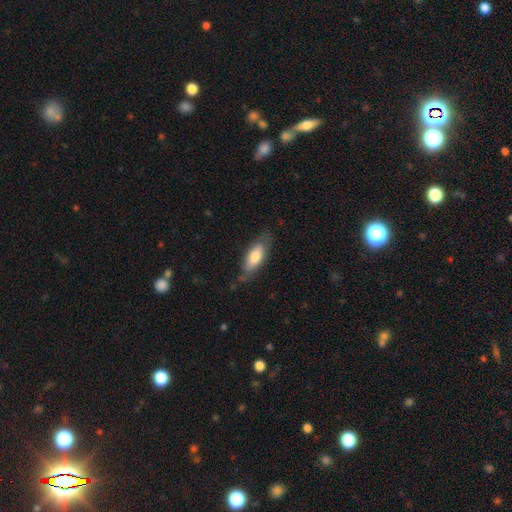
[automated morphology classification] This is likely a smooth galaxy (71%). How rounded: likely in between (73%). Merging: likely none (68%).